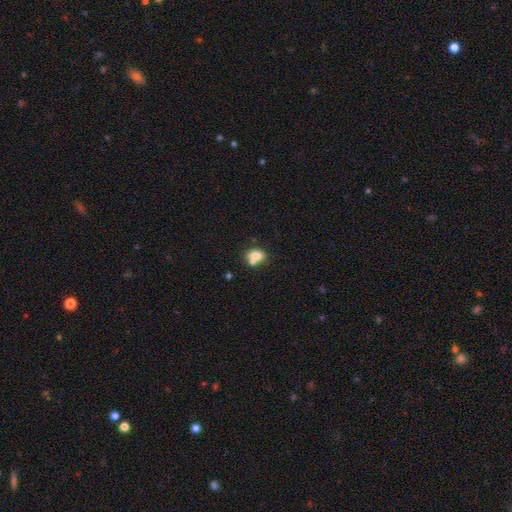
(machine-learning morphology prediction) smooth-or-featured: smooth: 74% | featured or disk: 15% | star or artifact: 11%
  how-rounded: in between: 55% | round: 43% | cigar-shaped: 1%
  merging: merger: 45% | none: 39% | minor disturbance: 11% | major disturbance: 5%